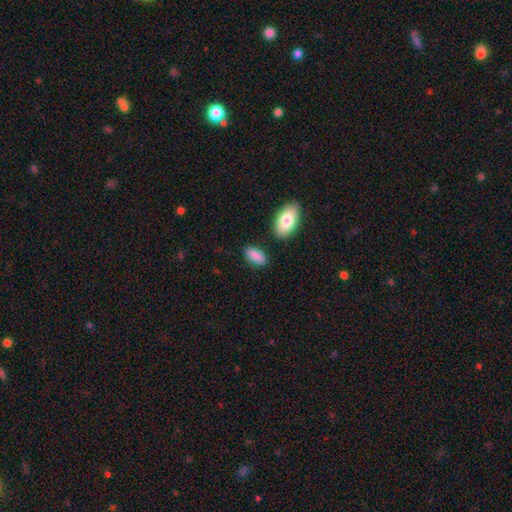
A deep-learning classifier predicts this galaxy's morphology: A smooth galaxy with no disk features (89%) that is in between round and cigar-shaped (90%).

Vote fractions:
- Smooth or featured? smooth: 89% / star or artifact: 6% / featured or disk: 5%
- How rounded? in between: 90% / cigar-shaped: 7% / round: 3%
- Merging? none: 80% / minor disturbance: 13% / merger: 5% / major disturbance: 3%